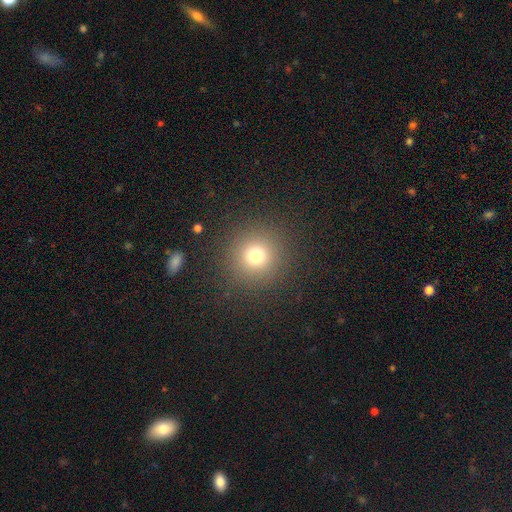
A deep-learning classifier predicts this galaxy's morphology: A smooth galaxy with no disk features (74%) that is round (95%). Merging: none (90%).